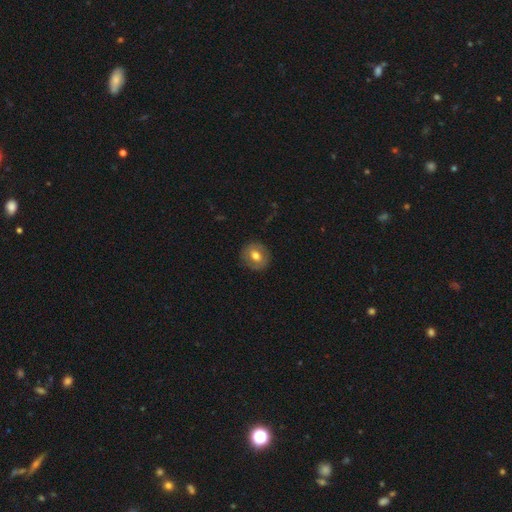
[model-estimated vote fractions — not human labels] This appears to be a smooth galaxy with no disk features (62%) that is round (79%). Merging: none (87%).